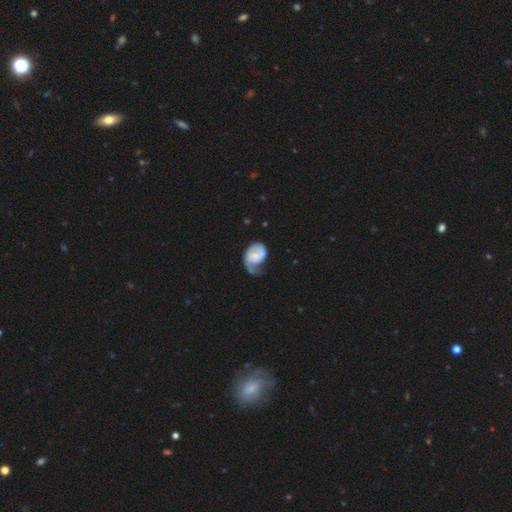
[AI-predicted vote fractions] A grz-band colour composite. It shows a featured or disk galaxy (61%) with no bar (57%), 1 (52%) medium (36%) spiral arms (85%) and a small central bulge (46%). Merging: major disturbance (37%).